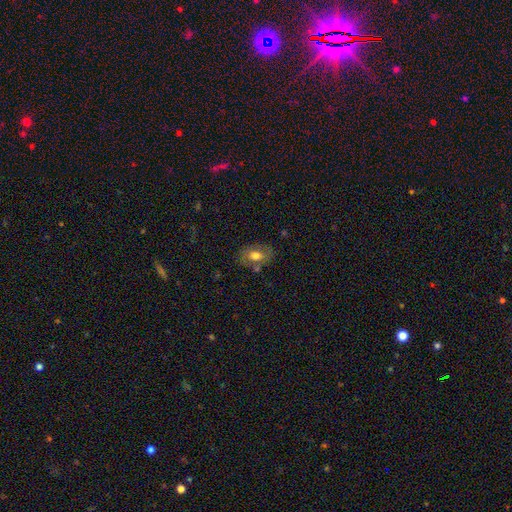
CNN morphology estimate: Smooth or featured?
  - smooth: 61% *
  - featured or disk: 30%
  - star or artifact: 8%
How rounded?
  - in between: 78% *
  - round: 20%
  - cigar-shaped: 1%
Merging?
  - none: 69% *
  - minor disturbance: 19%
  - merger: 7%
  - major disturbance: 6%